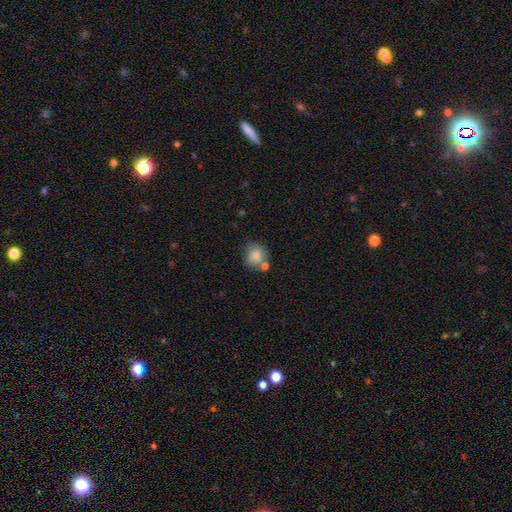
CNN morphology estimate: A smooth galaxy with no disk features (83%) that is round (79%).

Vote fractions:
- Smooth or featured? smooth: 83% / star or artifact: 9% / featured or disk: 8%
- How rounded? round: 79% / in between: 20% / cigar-shaped: 1%
- Merging? none: 58% / merger: 20% / minor disturbance: 16% / major disturbance: 5%